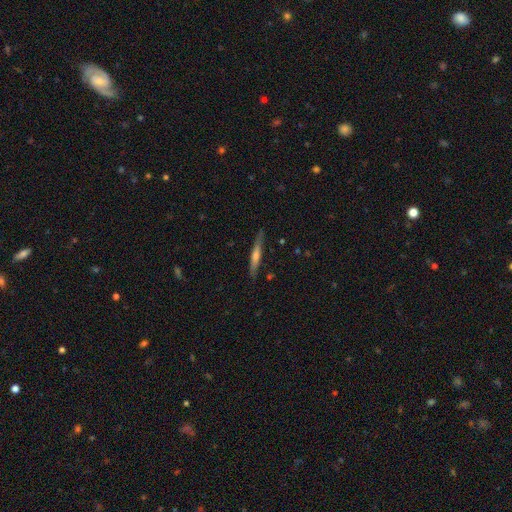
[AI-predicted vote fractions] smooth_or_featured: featured or disk (p=0.52) [alt: smooth p=0.42]
disk_edge_on: yes (p=0.95) [alt: no p=0.05]
merging: none (p=0.85) [alt: minor disturbance p=0.11]